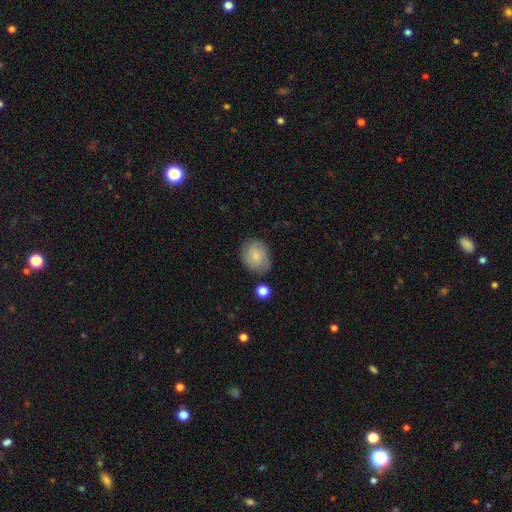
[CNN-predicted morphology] type=smooth (71%); roundness=round (62%); merging=none (73%).